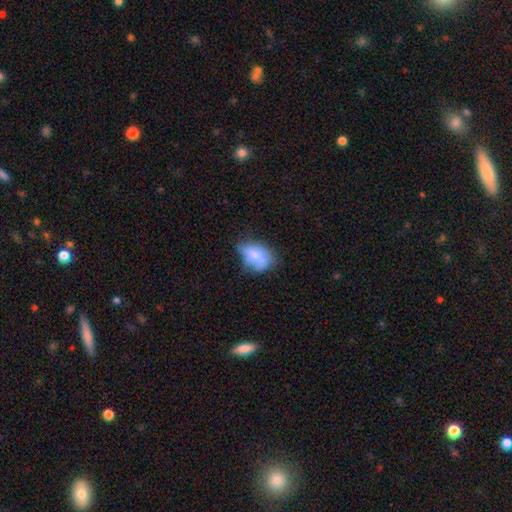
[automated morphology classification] The model was most divided on "merging": none: 40%, minor disturbance: 37%, major disturbance: 17%, merger: 6%. More confident: how rounded — in between (78%); smooth or featured — smooth (69%).